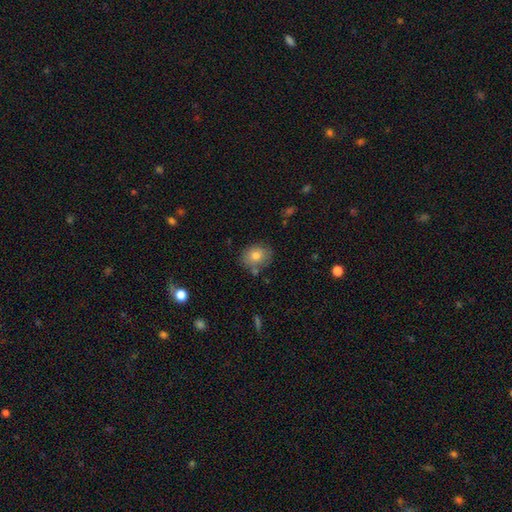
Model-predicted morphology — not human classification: smooth-or-featured: smooth: 78% | featured or disk: 12% | star or artifact: 9%
  how-rounded: round: 59% | in between: 40% | cigar-shaped: 1%
  merging: none: 76% | minor disturbance: 15% | merger: 6% | major disturbance: 4%